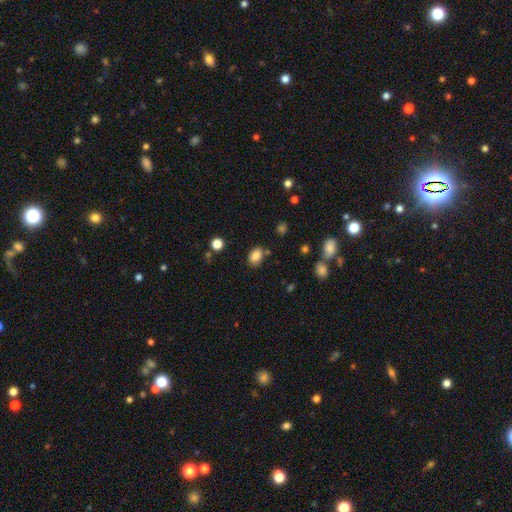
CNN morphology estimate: Smooth or featured: smooth — 85% (star or artifact — 10%)
How rounded: in between — 74% (round — 25%)
Merging: none — 77% (minor disturbance — 14%)